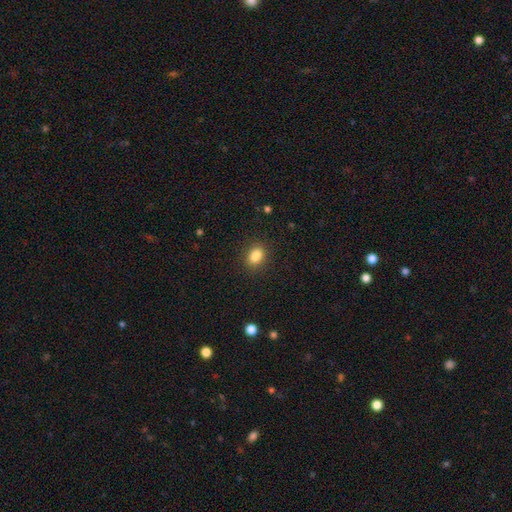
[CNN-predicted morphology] This appears to be a smooth galaxy with no disk features (85%) that is in between round and cigar-shaped (70%). Merging: none (88%).